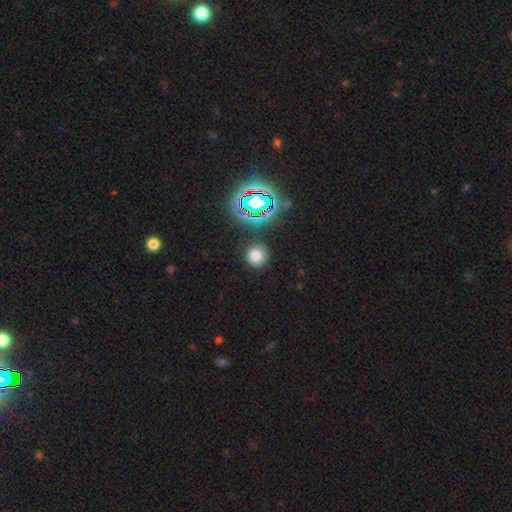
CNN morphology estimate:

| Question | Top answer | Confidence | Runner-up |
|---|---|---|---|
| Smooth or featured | smooth | 73% | star or artifact (20%) |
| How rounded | round | 92% | in between (7%) |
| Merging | none | 87% | minor disturbance (8%) |